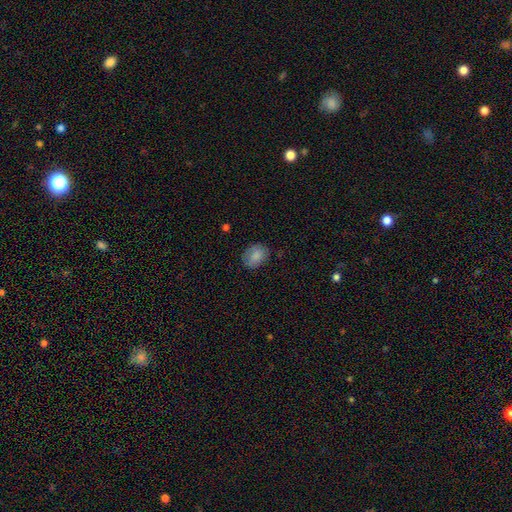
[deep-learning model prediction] Smooth or featured? Predicted: smooth (p=0.83). How rounded? Predicted: in between (p=0.64). Merging? Predicted: none (p=0.74).